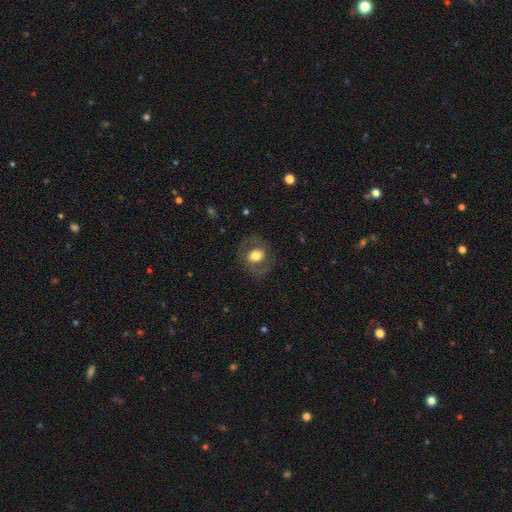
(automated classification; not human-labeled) Morphology: type=smooth (49%); merging=none (76%).